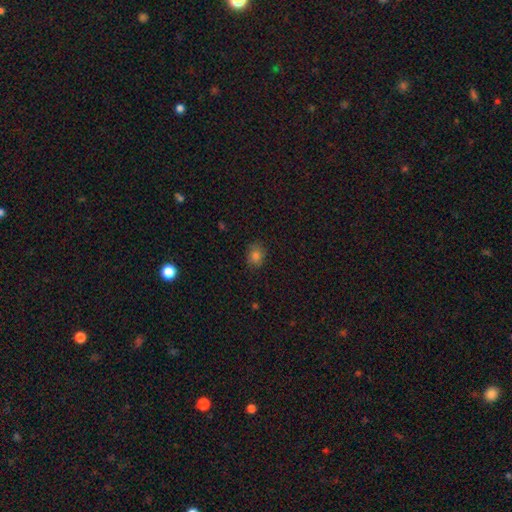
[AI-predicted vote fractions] Smooth or featured?
  - smooth: 80% *
  - star or artifact: 14%
  - featured or disk: 7%
How rounded?
  - round: 50% *
  - in between: 49%
  - cigar-shaped: 1%
Merging?
  - none: 83% *
  - minor disturbance: 13%
  - major disturbance: 3%
  - merger: 1%